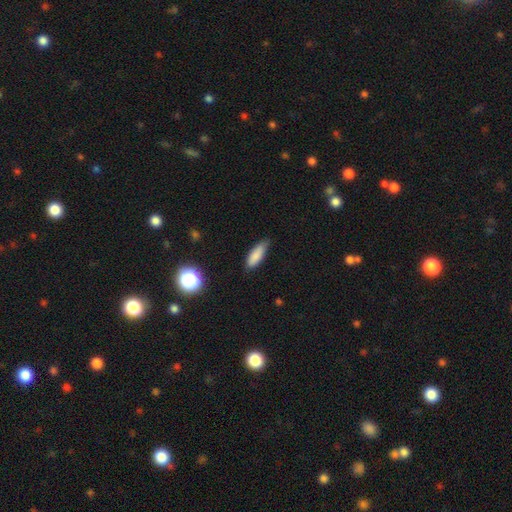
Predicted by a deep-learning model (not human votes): A smooth galaxy with no disk features (84%) that is in between round and cigar-shaped (59%).

Vote fractions:
- Smooth or featured? smooth: 84% / featured or disk: 8% / star or artifact: 8%
- How rounded? in between: 59% / cigar-shaped: 39% / round: 2%
- Merging? none: 71% / minor disturbance: 24% / major disturbance: 4% / merger: 1%